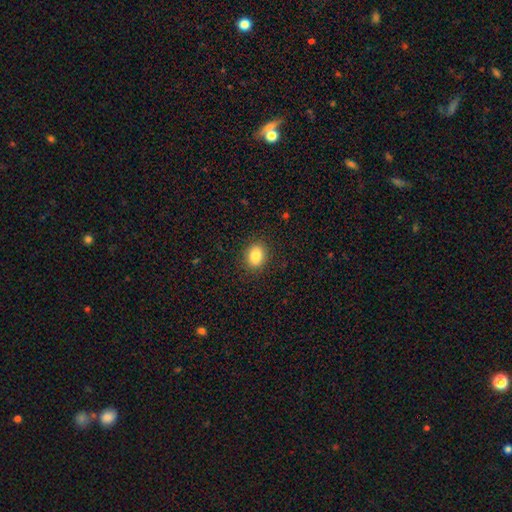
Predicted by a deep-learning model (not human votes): This appears to be a smooth galaxy with no disk features (86%) that is in between round and cigar-shaped (65%). Merging: none (88%).